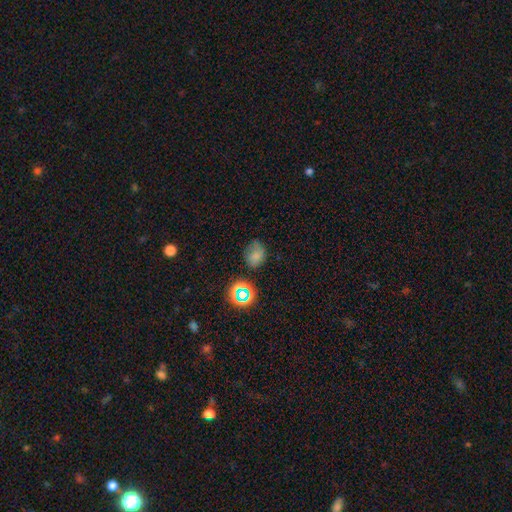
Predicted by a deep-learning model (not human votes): Q: Smooth or featured?
A: smooth (67%); runner-up: star or artifact (21%)
Q: How rounded?
A: round (52%); runner-up: in between (47%)
Q: Merging?
A: none (56%); runner-up: minor disturbance (29%)